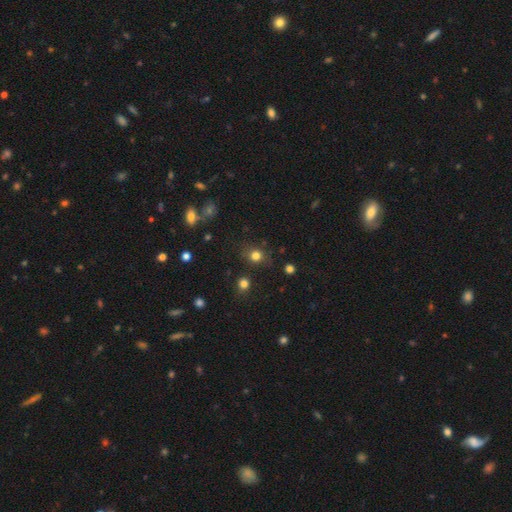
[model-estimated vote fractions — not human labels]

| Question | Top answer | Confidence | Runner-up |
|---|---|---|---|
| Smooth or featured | smooth | 78% | star or artifact (16%) |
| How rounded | round | 80% | in between (19%) |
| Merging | none | 79% | minor disturbance (13%) |